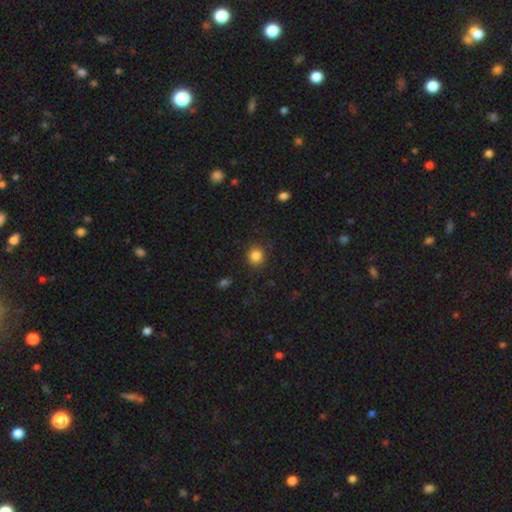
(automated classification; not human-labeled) Smooth or featured?
  - smooth: 85% *
  - star or artifact: 11%
  - featured or disk: 5%
How rounded?
  - round: 89% *
  - in between: 10%
  - cigar-shaped: 1%
Merging?
  - none: 88% *
  - minor disturbance: 8%
  - major disturbance: 3%
  - merger: 1%